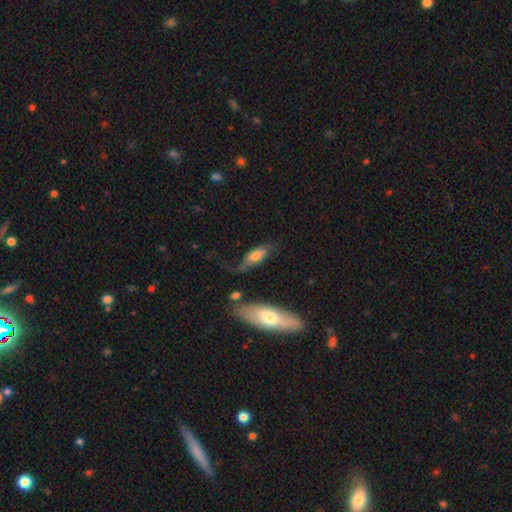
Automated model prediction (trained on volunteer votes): Smooth or featured? Predicted: smooth (p=0.62). How rounded? Predicted: in between (p=0.78). Merging? Predicted: none (p=0.36).